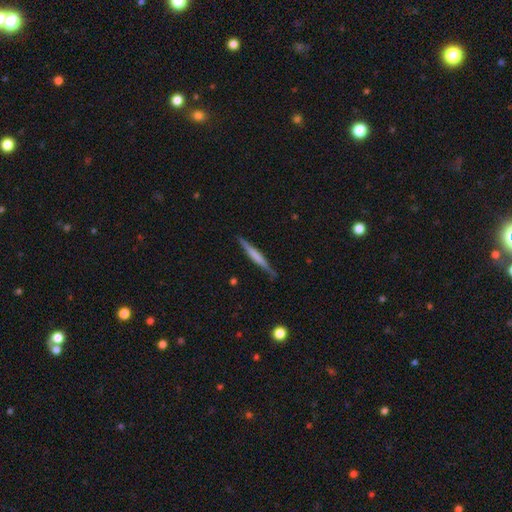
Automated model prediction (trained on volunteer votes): Morphology: type=featured or disk (52%); edge-on=yes (97%); edge-on bulge=none (53%); merging=none (86%).